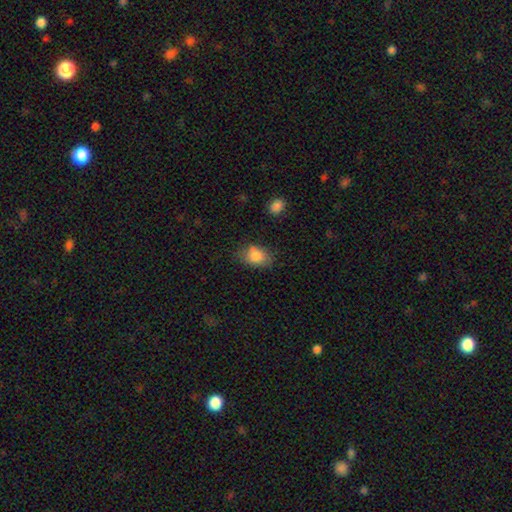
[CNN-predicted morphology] This is clearly a smooth galaxy (84%). How rounded: likely in between (75%). Merging: likely none (64%).